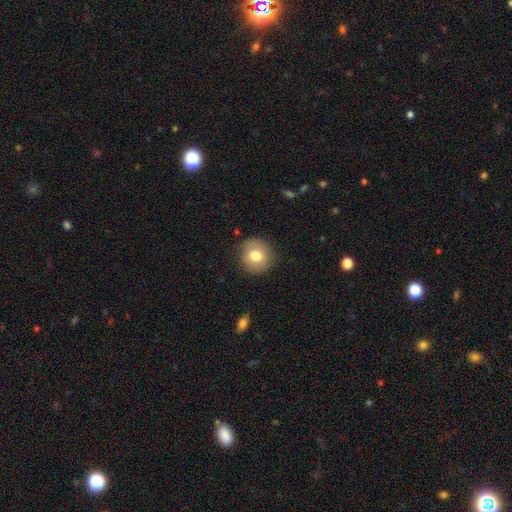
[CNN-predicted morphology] Q: Smooth or featured?
A: smooth (77%); runner-up: featured or disk (15%)
Q: How rounded?
A: round (89%); runner-up: in between (10%)
Q: Merging?
A: none (86%); runner-up: minor disturbance (10%)